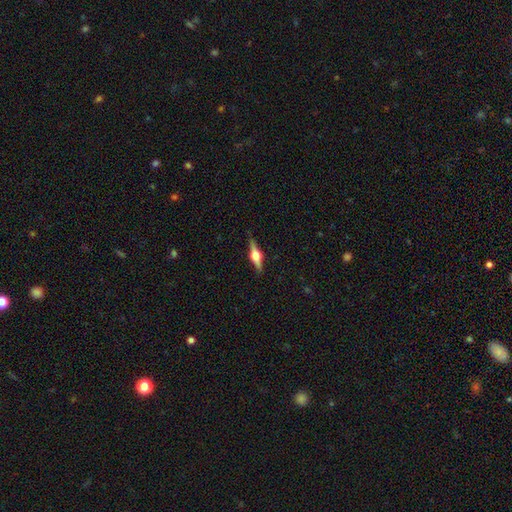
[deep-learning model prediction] featured or disk 76%, smooth 18%, star or artifact 6%. Down the decision tree: edge-on disk — yes (98%); edge-on bulge — rounded (95%); merging — none (87%).